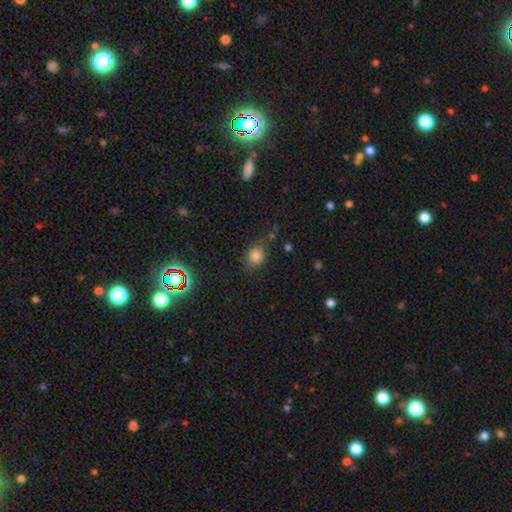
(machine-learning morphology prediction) Overall: smooth (81%). How rounded: round (55%; in between 43%). Merging: none (72%).